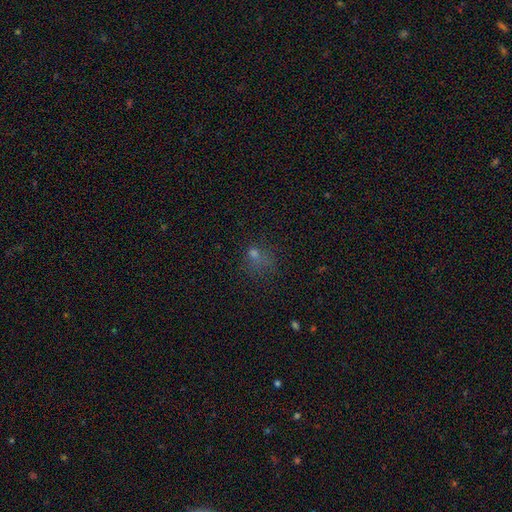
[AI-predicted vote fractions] smooth_or_featured: smooth (p=0.54) [alt: star or artifact p=0.29]
how_rounded: round (p=0.56) [alt: in between p=0.42]
merging: none (p=0.43) [alt: major disturbance p=0.27]